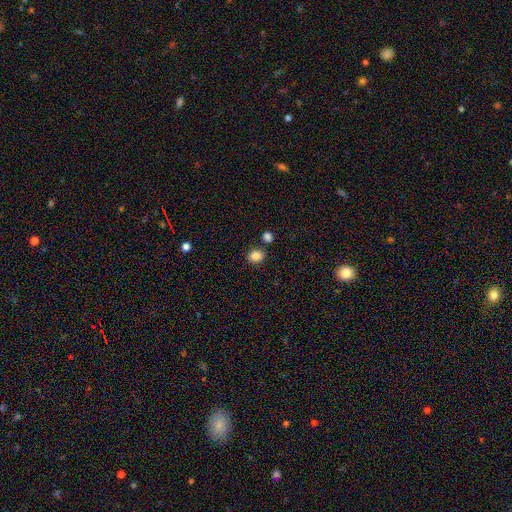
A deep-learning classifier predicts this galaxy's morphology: type=smooth (86%); roundness=round (55%); merging=none (75%).